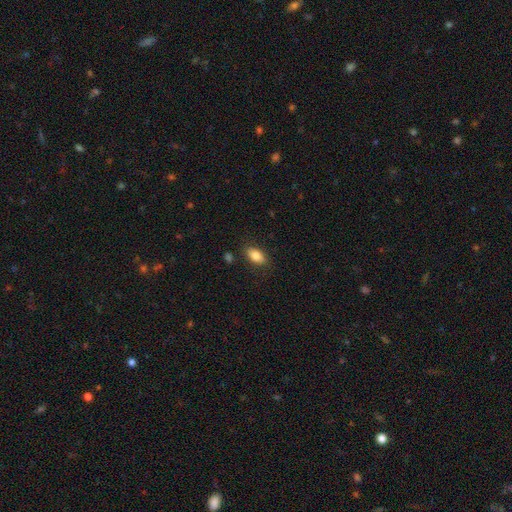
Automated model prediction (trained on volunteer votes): A smooth galaxy with no disk features (83%) that is in between round and cigar-shaped (90%).

Vote fractions:
- Smooth or featured? smooth: 83% / featured or disk: 9% / star or artifact: 8%
- How rounded? in between: 90% / round: 6% / cigar-shaped: 4%
- Merging? none: 83% / minor disturbance: 12% / major disturbance: 3% / merger: 2%